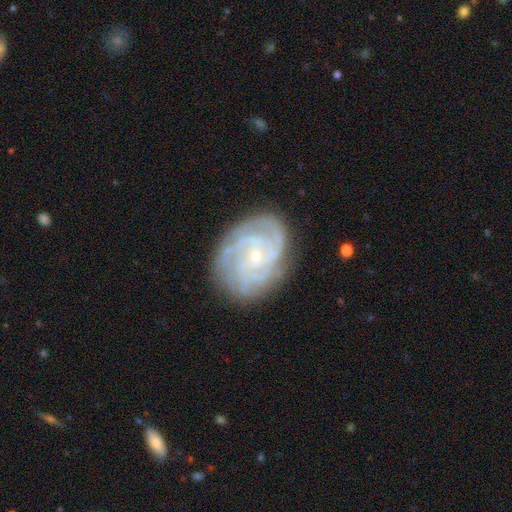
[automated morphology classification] This is clearly a featured or disk galaxy (88%). It is clearly not viewed edge-on (98%). Bar: likely no (73%). Spiral arm pattern: clearly yes (97%). Spiral arm count: marginally 3 (27%). Spiral winding: likely tight (72%). Central bulge: clearly small (84%). Merging: likely none (79%).